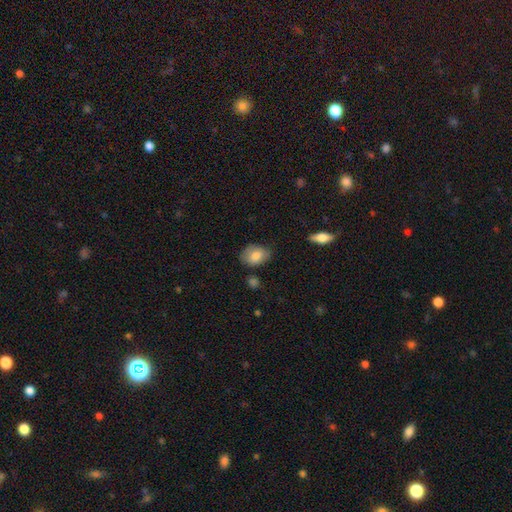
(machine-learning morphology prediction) The model was most divided on "merging": none: 72%, minor disturbance: 21%, major disturbance: 4%, merger: 3%. More confident: smooth or featured — smooth (81%); how rounded — in between (79%).